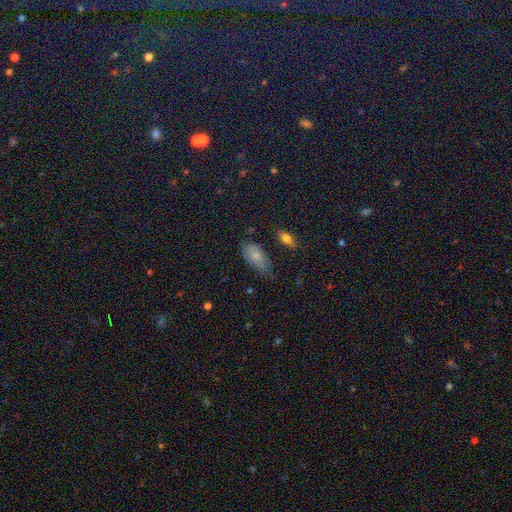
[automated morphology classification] Overall: smooth (76%). How rounded: in between (92%). Merging: none (50%; minor disturbance 38%).